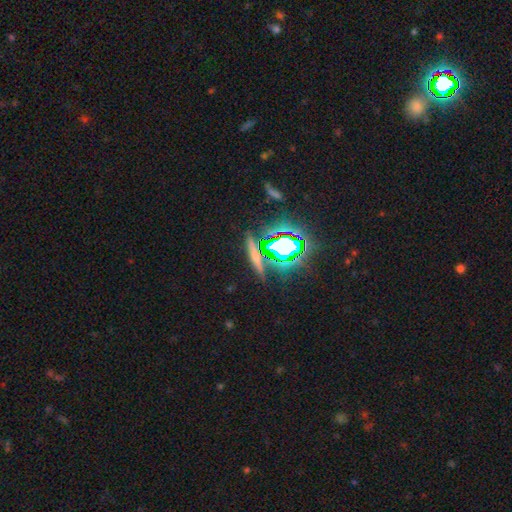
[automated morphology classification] Smooth or featured? star or artifact (42%)